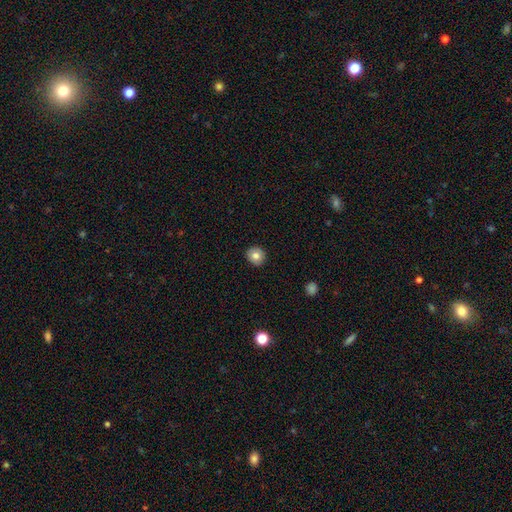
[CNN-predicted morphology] This appears to be a smooth galaxy with no disk features (81%) that is round (84%). Merging: none (91%).